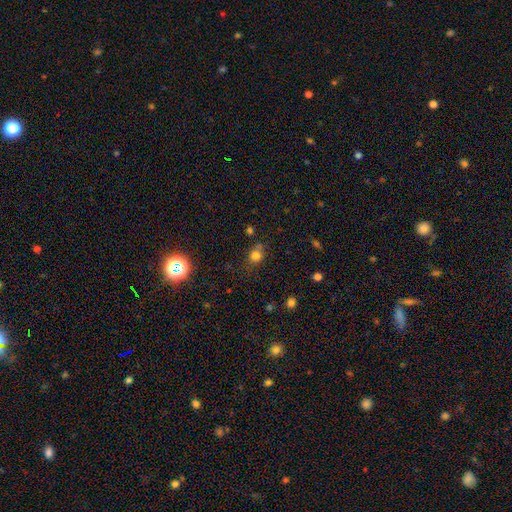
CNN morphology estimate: A smooth galaxy with no disk features (75%) that is round (77%).

Vote fractions:
- Smooth or featured? smooth: 75% / star or artifact: 18% / featured or disk: 7%
- How rounded? round: 77% / in between: 22% / cigar-shaped: 1%
- Merging? none: 63% / minor disturbance: 17% / merger: 15% / major disturbance: 6%